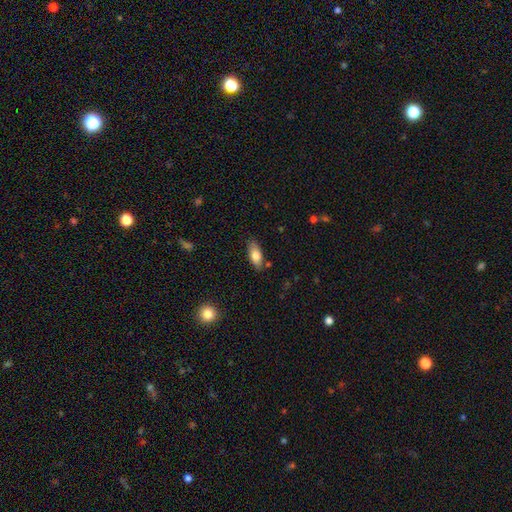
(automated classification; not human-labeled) The model was most divided on "smooth or featured": smooth: 77%, featured or disk: 16%, star or artifact: 7%. More confident: how rounded — in between (80%); merging — none (79%).